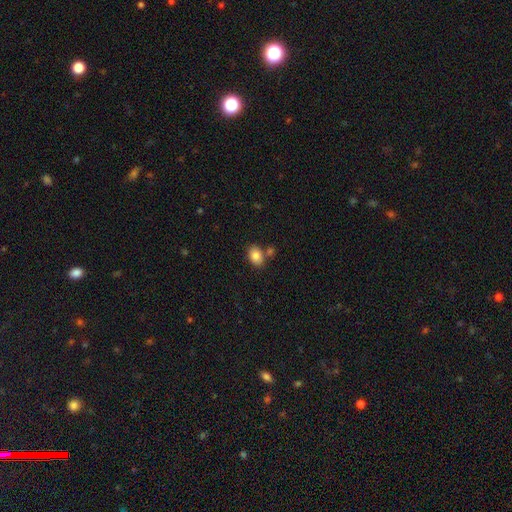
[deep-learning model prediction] This is clearly a smooth galaxy (83%). How rounded: likely in between (78%). Merging: likely none (72%).